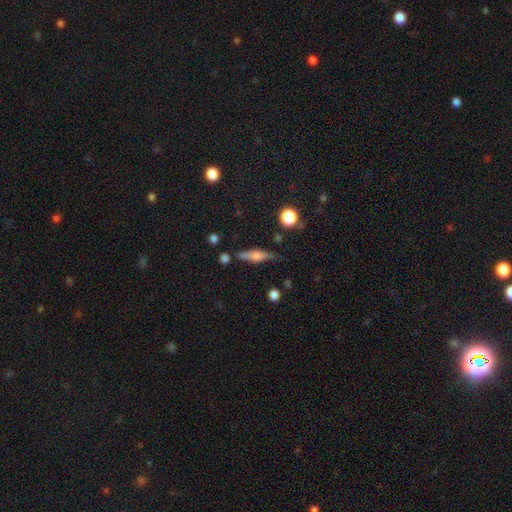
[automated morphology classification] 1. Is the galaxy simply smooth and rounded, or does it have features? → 54% featured or disk, 38% smooth, 8% star or artifact.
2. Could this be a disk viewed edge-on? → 93% yes, 7% no.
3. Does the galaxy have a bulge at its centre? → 79% rounded, 15% boxy, 6% none.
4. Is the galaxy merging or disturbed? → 76% none, 15% minor disturbance, 4% merger, 4% major disturbance.